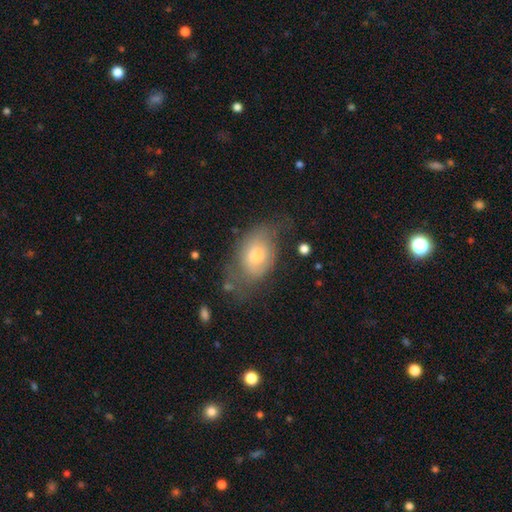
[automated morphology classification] The model was most divided on "merging": none: 50%, minor disturbance: 30%, major disturbance: 17%, merger: 3%. More confident: how rounded — in between (85%); smooth or featured — smooth (61%).